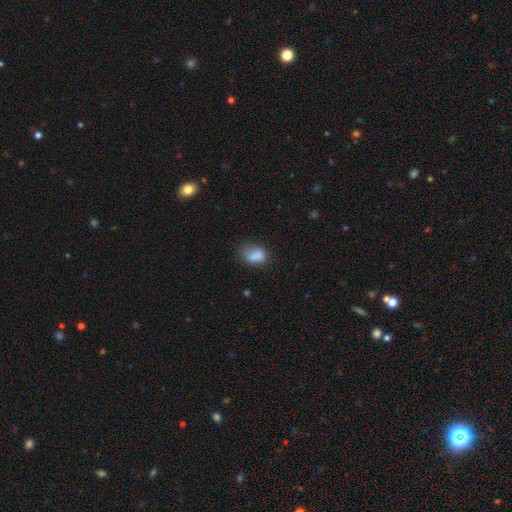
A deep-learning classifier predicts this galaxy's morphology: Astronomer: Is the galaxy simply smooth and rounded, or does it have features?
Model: smooth — 78%.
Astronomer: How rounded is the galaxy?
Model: in between — 77%.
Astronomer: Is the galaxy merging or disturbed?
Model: none — 44% (runner-up: minor disturbance, 33%).